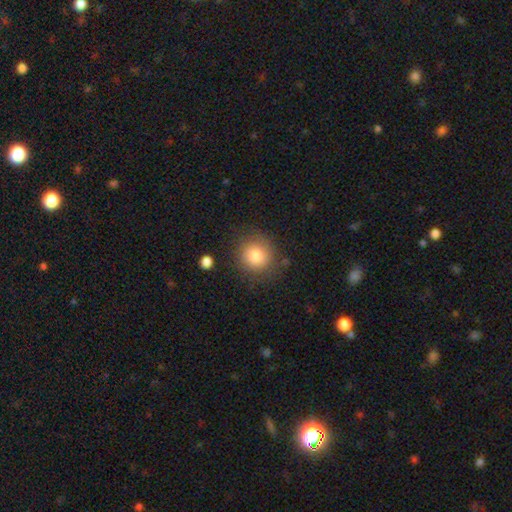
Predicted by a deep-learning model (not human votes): Smooth or featured: smooth — 81% (star or artifact — 10%)
How rounded: round — 91% (in between — 8%)
Merging: none — 81% (minor disturbance — 12%)